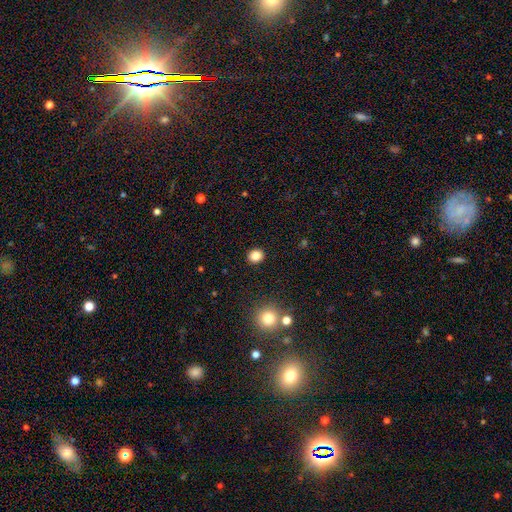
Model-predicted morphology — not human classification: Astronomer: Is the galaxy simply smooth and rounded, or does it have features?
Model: smooth — 84%.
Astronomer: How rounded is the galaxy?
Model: round — 80%.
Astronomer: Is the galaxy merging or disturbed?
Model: none — 91%.